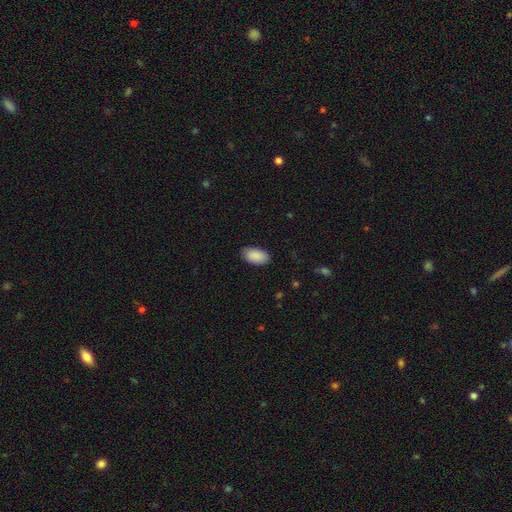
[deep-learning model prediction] Overall: smooth (91%). How rounded: in between (95%). Merging: none (85%).